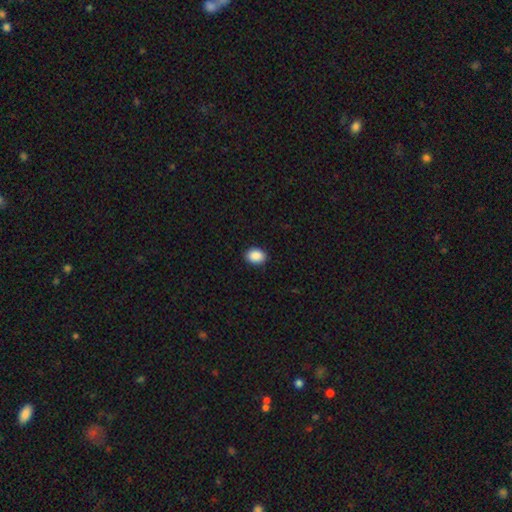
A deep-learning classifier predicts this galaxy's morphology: Overall: smooth (90%). How rounded: in between (66%; round 33%). Merging: none (90%).